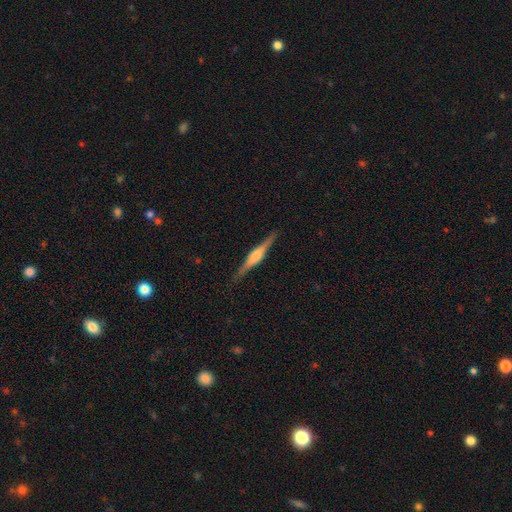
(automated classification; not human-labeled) Smooth or featured: featured or disk — 76% (smooth — 19%)
Edge-on disk: yes — 98% (no — 2%)
Edge-on bulge: rounded — 67% (boxy — 27%)
Merging: none — 90% (minor disturbance — 7%)